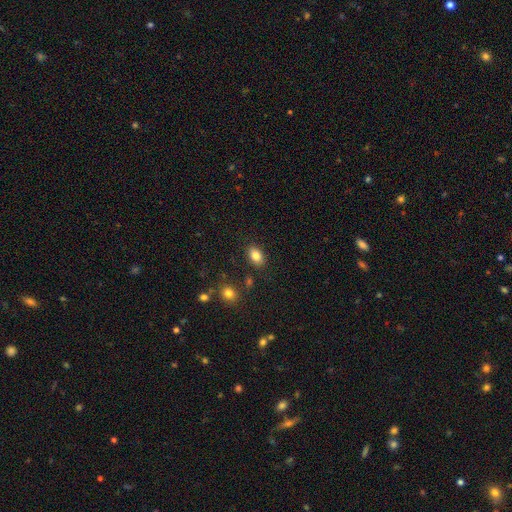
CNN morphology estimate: Q: Smooth or featured?
A: smooth (84%); runner-up: star or artifact (9%)
Q: How rounded?
A: in between (85%); runner-up: round (14%)
Q: Merging?
A: none (85%); runner-up: minor disturbance (10%)